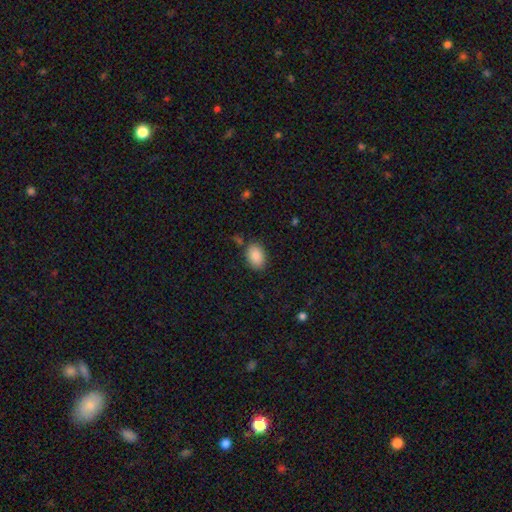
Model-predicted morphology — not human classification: This is clearly a smooth galaxy (89%). How rounded: clearly in between (84%). Merging: clearly none (81%).